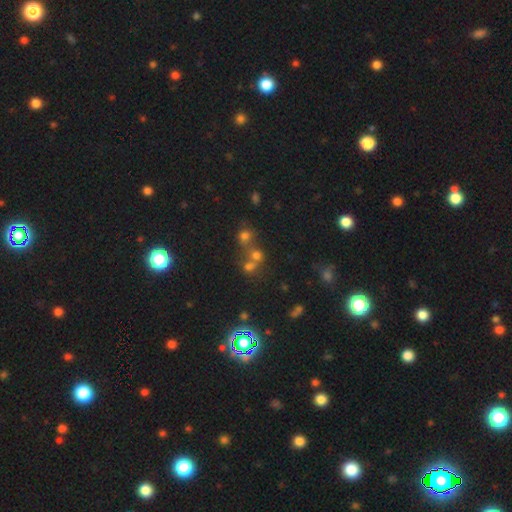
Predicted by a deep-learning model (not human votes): This appears to be a smooth galaxy with no disk features (54%) that is round (80%). Merging: merger (47%).